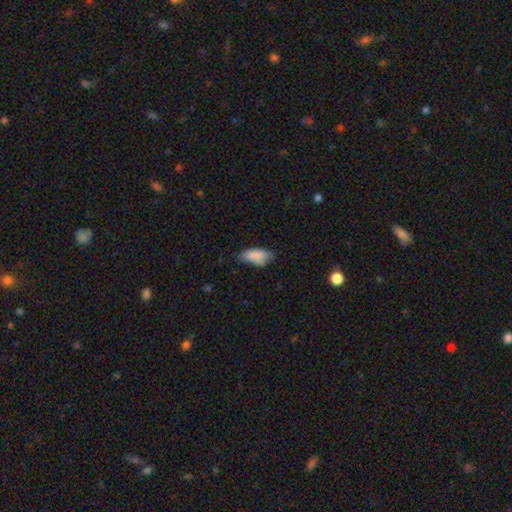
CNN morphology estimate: Smooth or featured? smooth (84%)
How rounded? in between (87%)
Merging? none (55%)